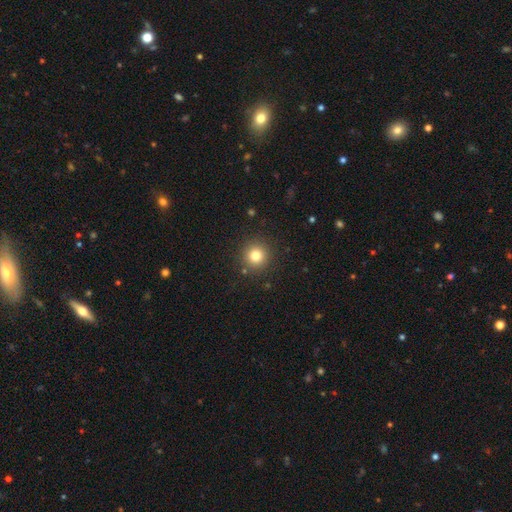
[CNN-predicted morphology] A smooth galaxy with no disk features (80%) that is round (95%).

Vote fractions:
- Smooth or featured? smooth: 80% / star or artifact: 13% / featured or disk: 7%
- How rounded? round: 95% / in between: 4% / cigar-shaped: 1%
- Merging? none: 90% / minor disturbance: 6% / major disturbance: 2% / merger: 2%